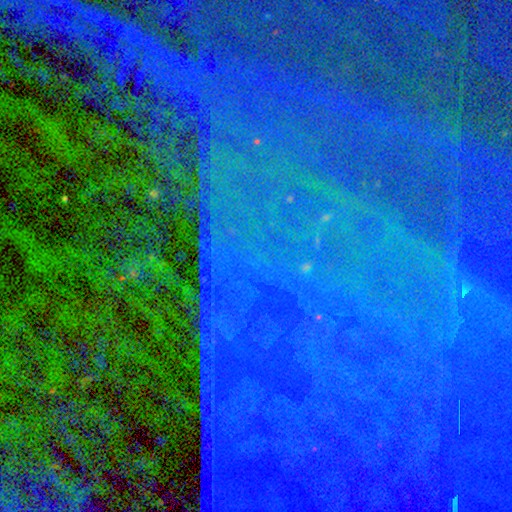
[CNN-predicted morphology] This is clearly a star or artifact rather than a galaxy (86%).